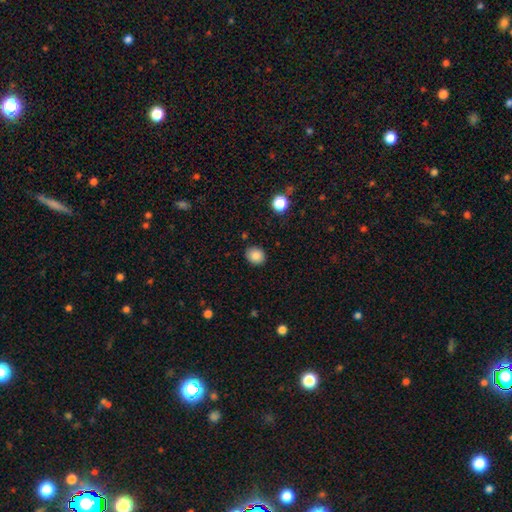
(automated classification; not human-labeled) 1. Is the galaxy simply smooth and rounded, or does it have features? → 86% smooth, 10% star or artifact, 4% featured or disk.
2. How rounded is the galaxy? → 61% round, 38% in between, 1% cigar-shaped.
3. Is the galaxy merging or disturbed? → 86% none, 10% minor disturbance, 3% major disturbance, 2% merger.